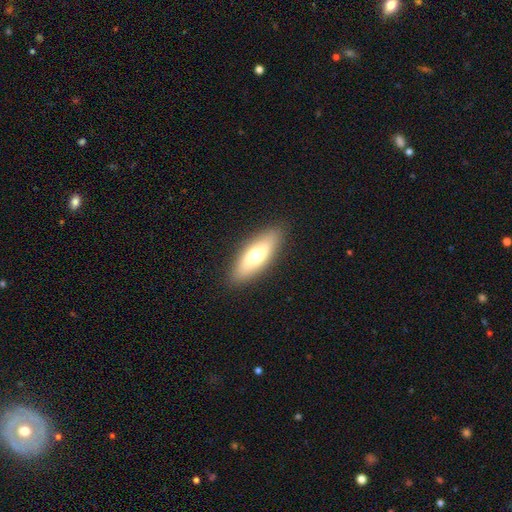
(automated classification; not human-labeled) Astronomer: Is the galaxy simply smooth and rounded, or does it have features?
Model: smooth — 62%.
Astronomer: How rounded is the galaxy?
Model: in between — 59% (runner-up: cigar-shaped, 38%).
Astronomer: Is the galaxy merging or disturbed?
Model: none — 89%.